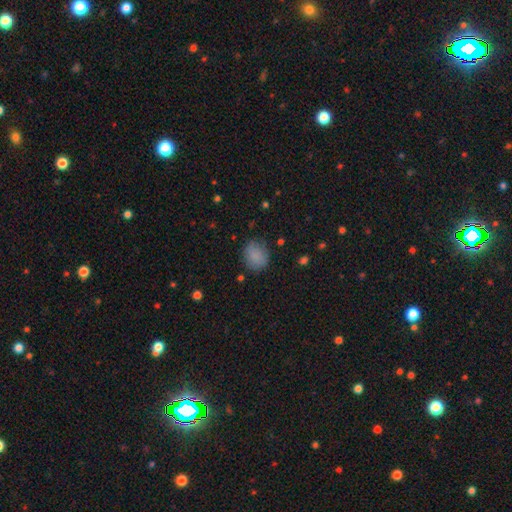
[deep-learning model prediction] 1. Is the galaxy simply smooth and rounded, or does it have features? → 84% smooth, 9% star or artifact, 7% featured or disk.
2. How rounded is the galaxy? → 58% round, 41% in between, 1% cigar-shaped.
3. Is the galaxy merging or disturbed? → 76% none, 18% minor disturbance, 5% major disturbance, 1% merger.